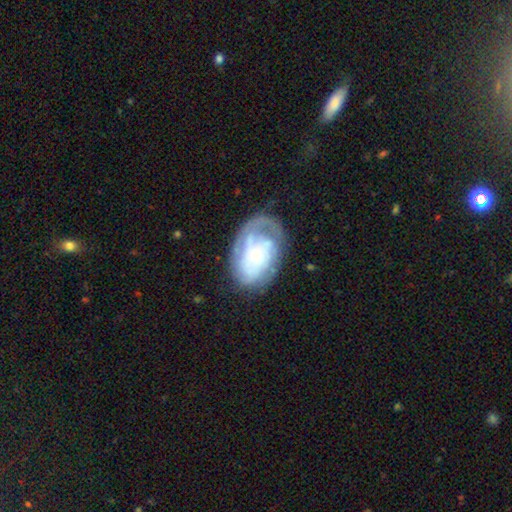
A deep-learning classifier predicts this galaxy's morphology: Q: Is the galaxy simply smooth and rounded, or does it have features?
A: featured or disk — 69%.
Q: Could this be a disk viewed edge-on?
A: no — 96%.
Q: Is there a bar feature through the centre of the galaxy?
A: no — 76%.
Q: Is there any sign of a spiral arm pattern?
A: yes — 77%.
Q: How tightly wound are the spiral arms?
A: tight — 56%.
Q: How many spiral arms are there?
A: can't tell — 45%.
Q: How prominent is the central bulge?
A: small — 61%.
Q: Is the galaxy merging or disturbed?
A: none — 56%.